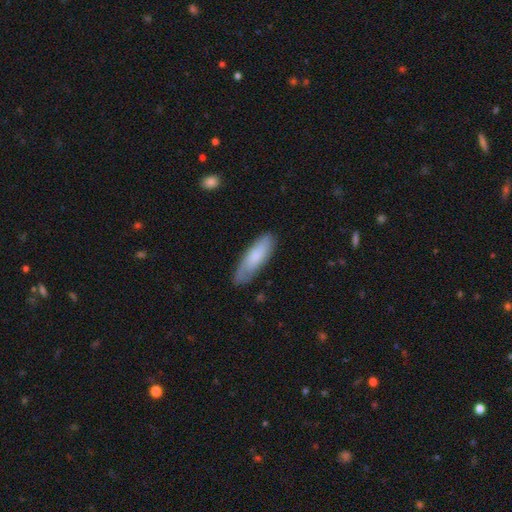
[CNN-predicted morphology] smooth 72%, featured or disk 22%, star or artifact 6%. Down the decision tree: how rounded — cigar-shaped (52%); merging — none (75%).